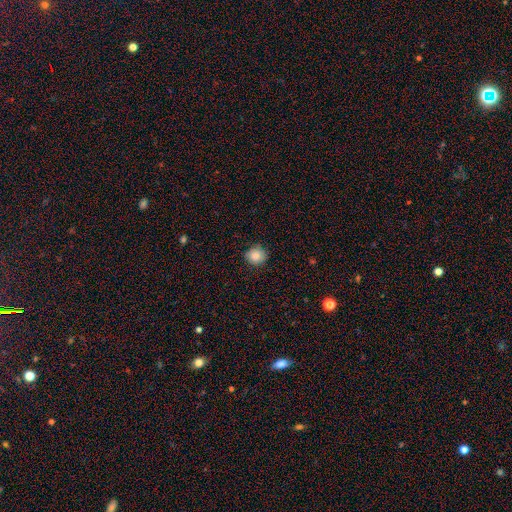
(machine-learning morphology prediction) smooth-or-featured: smooth: 86% | star or artifact: 9% | featured or disk: 4%
  how-rounded: round: 88% | in between: 11% | cigar-shaped: 1%
  merging: none: 84% | minor disturbance: 13% | major disturbance: 2% | merger: 1%